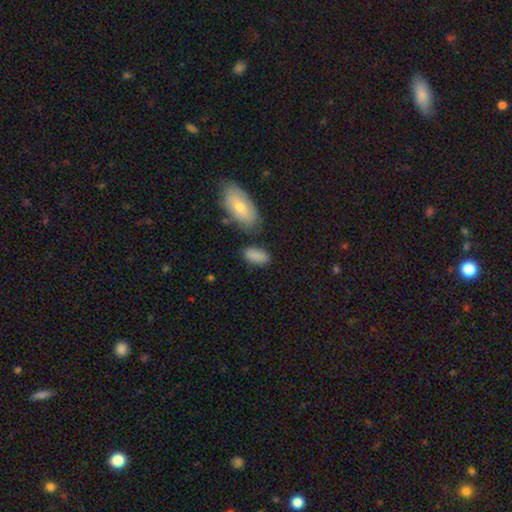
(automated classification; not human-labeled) smooth 86%, star or artifact 7%, featured or disk 7%. Down the decision tree: how rounded — in between (92%); merging — none (69%).